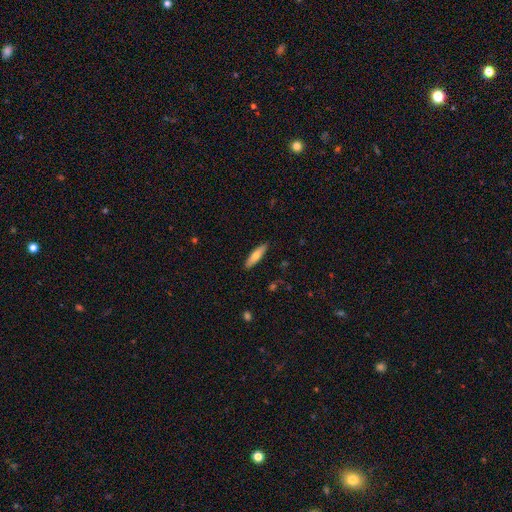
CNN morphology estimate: Smooth or featured?
  - smooth: 71% *
  - featured or disk: 23%
  - star or artifact: 6%
How rounded?
  - cigar-shaped: 67% *
  - in between: 31%
  - round: 2%
Merging?
  - none: 89% *
  - minor disturbance: 8%
  - major disturbance: 2%
  - merger: 1%